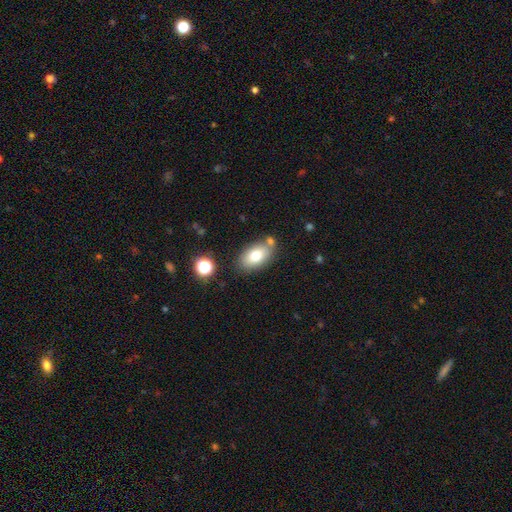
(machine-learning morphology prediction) smooth_or_featured: smooth (p=0.76) [alt: featured or disk p=0.15]
how_rounded: in between (p=0.90) [alt: round p=0.08]
merging: none (p=0.71) [alt: minor disturbance p=0.14]